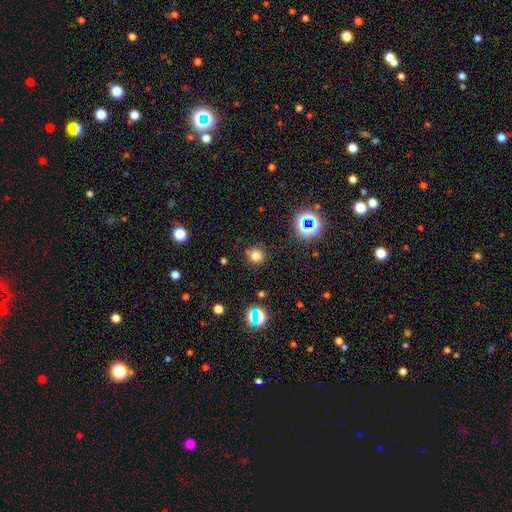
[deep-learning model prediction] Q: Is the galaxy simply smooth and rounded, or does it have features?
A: smooth — 72%.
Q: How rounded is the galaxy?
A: round — 92%.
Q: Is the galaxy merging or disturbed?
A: none — 86%.